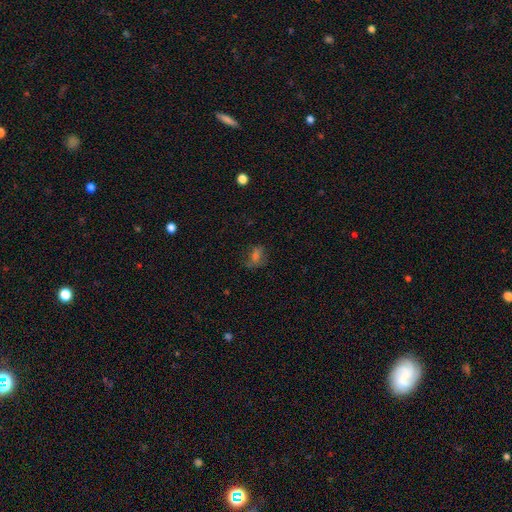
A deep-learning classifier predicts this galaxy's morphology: A smooth galaxy with no disk features (49%). Merging: none (62%).